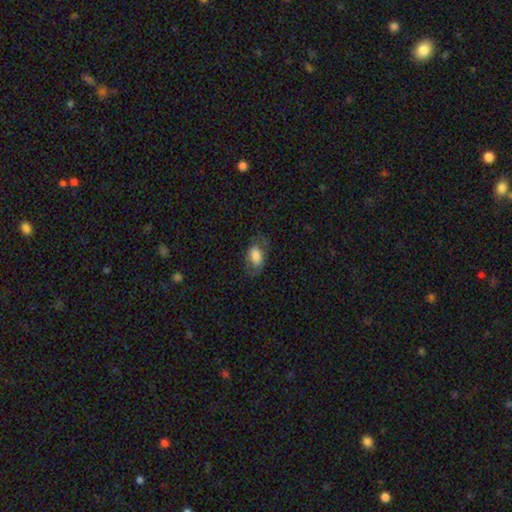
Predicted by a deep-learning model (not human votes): Smooth or featured: smooth — 70% (featured or disk — 22%)
How rounded: in between — 90% (round — 8%)
Merging: none — 65% (minor disturbance — 20%)